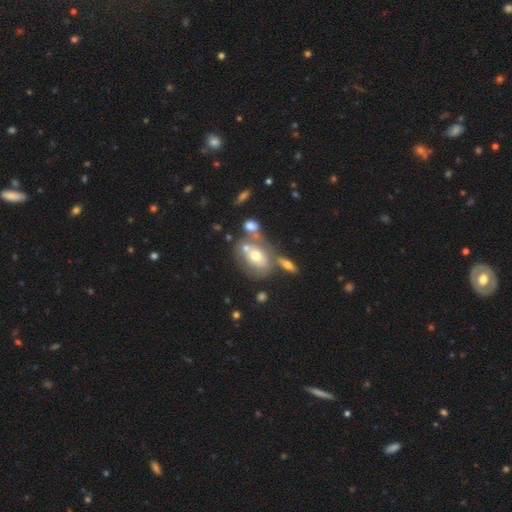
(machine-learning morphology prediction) This appears to be a smooth galaxy with no disk features (55%) that is in between round and cigar-shaped (63%). Merging: none (43%).